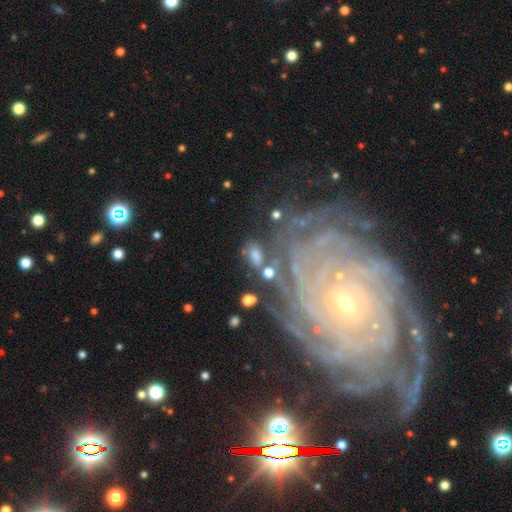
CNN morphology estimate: This appears to be a smooth galaxy with no disk features (58%) that is in between round and cigar-shaped (83%). Merging: none (61%).